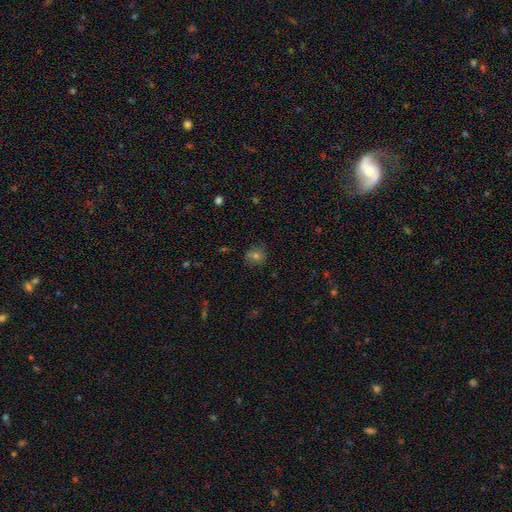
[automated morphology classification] smooth 64%, star or artifact 20%, featured or disk 16%. Down the decision tree: how rounded — round (79%); merging — none (80%).